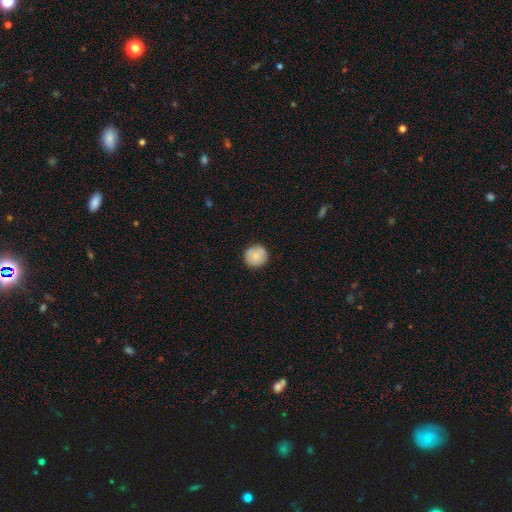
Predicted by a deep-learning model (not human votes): smooth_or_featured: smooth (p=0.82) [alt: featured or disk p=0.10]
how_rounded: round (p=0.92) [alt: in between p=0.07]
merging: none (p=0.86) [alt: minor disturbance p=0.10]